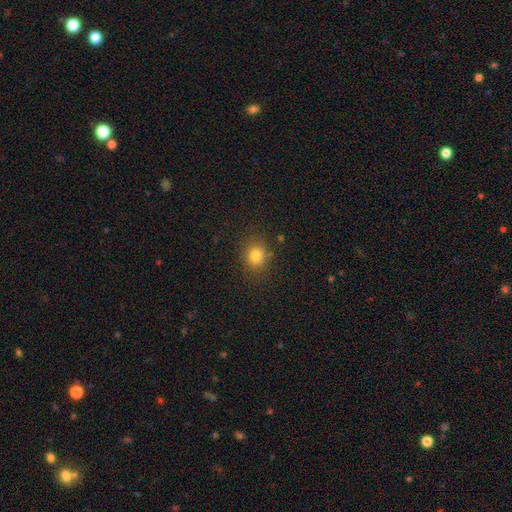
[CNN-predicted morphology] This is likely a smooth galaxy (79%). How rounded: likely round (72%). Merging: clearly none (83%).